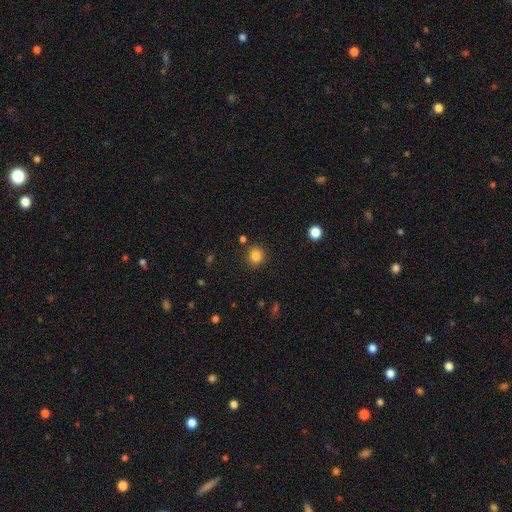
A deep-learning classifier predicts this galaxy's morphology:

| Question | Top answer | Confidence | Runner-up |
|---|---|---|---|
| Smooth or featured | smooth | 85% | star or artifact (11%) |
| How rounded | round | 87% | in between (12%) |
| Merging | none | 86% | minor disturbance (8%) |